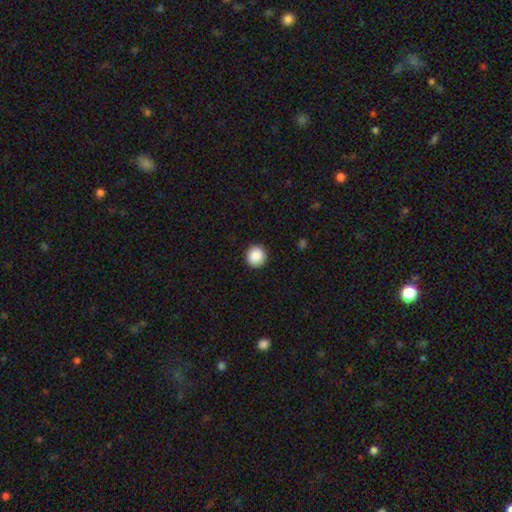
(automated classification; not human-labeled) Morphology: type=smooth (89%); roundness=round (93%); merging=none (92%).